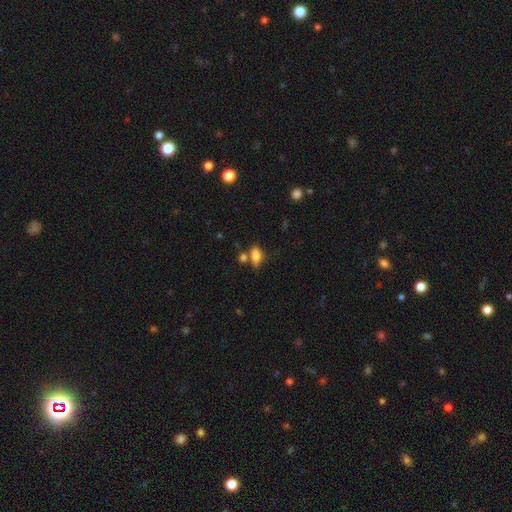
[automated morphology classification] Overall: smooth (80%). How rounded: in between (85%). Merging: none (54%; merger 21%).